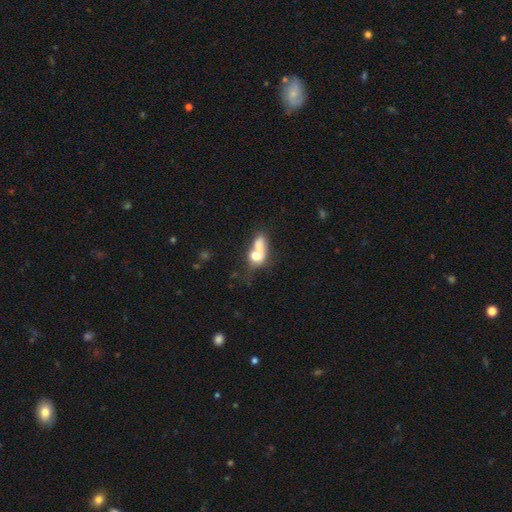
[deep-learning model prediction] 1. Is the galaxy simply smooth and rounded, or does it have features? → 62% smooth, 27% featured or disk, 11% star or artifact.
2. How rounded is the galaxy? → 58% in between, 26% round, 16% cigar-shaped.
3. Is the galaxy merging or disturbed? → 52% merger, 21% none, 15% major disturbance, 12% minor disturbance.